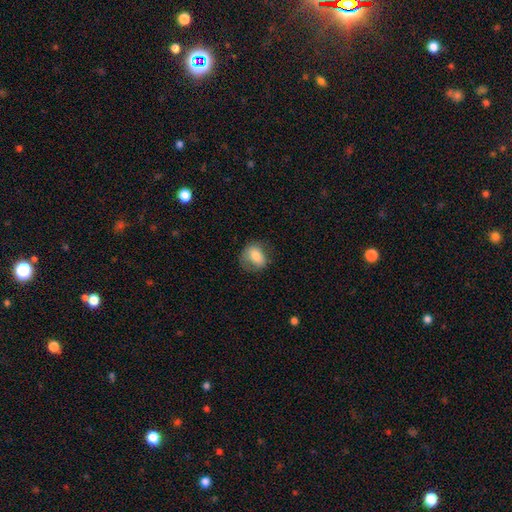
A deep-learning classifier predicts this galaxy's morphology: Smooth or featured? Predicted: smooth (p=0.76). How rounded? Predicted: in between (p=0.54). Merging? Predicted: none (p=0.62).